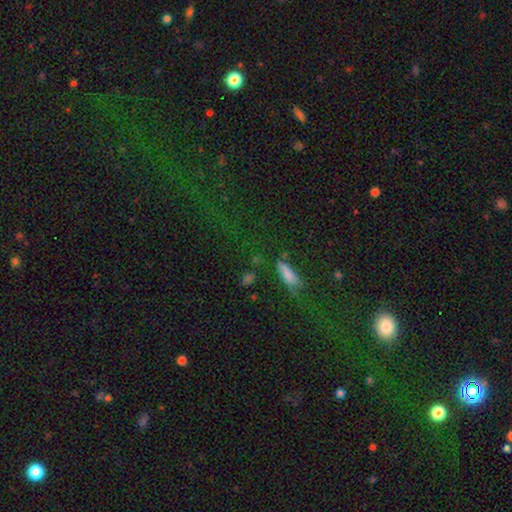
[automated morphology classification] Overall: smooth (42%; star or artifact 34%). Merging: none (54%; major disturbance 21%).